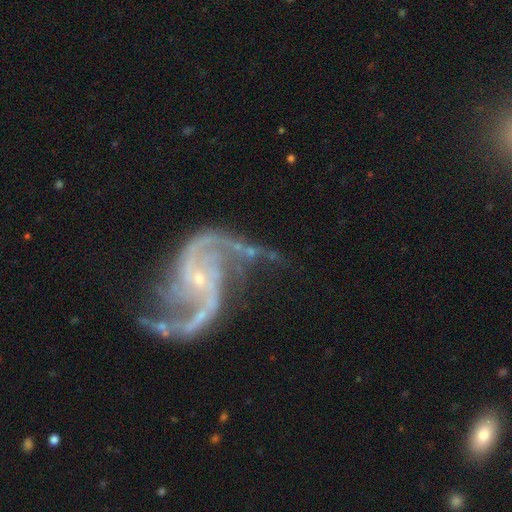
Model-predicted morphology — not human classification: Smooth or featured? featured or disk (92%)
Edge-on disk? no (98%)
Bar? no (53%)
Spiral arms? yes (98%)
Spiral winding? loose (61%)
Spiral arm count? 2 (84%)
Bulge size? small (84%)
Merging? none (53%)